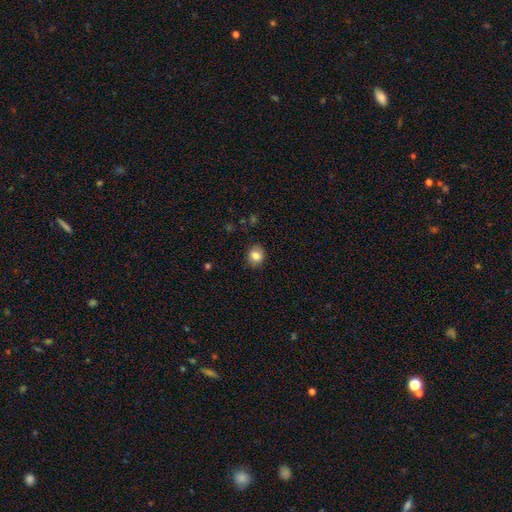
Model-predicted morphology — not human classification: This appears to be a smooth galaxy with no disk features (83%) that is round (73%). Merging: none (87%).